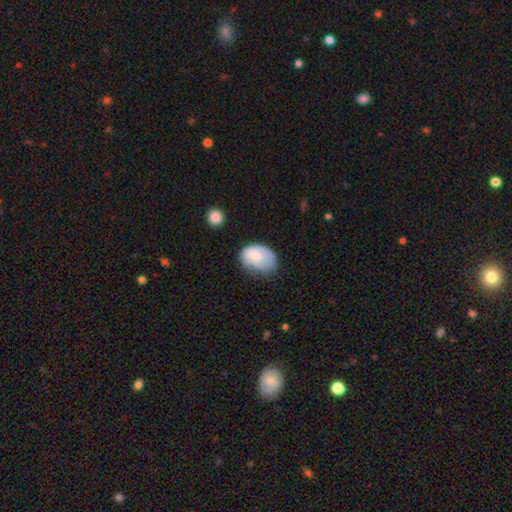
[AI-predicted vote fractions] This appears to be a smooth galaxy with no disk features (74%) that is in between round and cigar-shaped (77%). Merging: minor disturbance (42%).